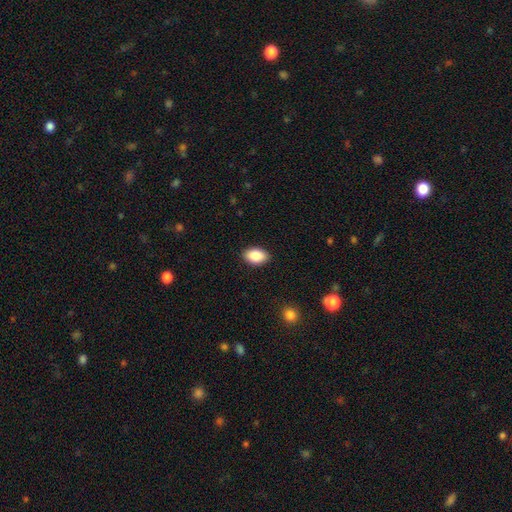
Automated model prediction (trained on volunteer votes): The model was most divided on "how rounded": in between: 90%, round: 9%, cigar-shaped: 1%. More confident: merging — none (89%); smooth or featured — smooth (88%).